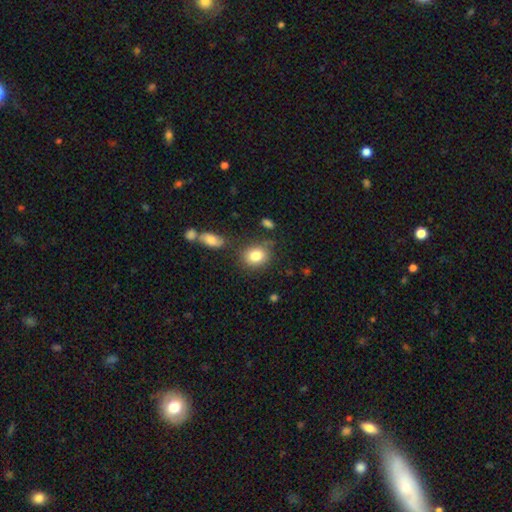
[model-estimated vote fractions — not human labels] A smooth galaxy with no disk features (82%) that is round (53%).

Vote fractions:
- Smooth or featured? smooth: 82% / star or artifact: 9% / featured or disk: 9%
- How rounded? round: 53% / in between: 46% / cigar-shaped: 1%
- Merging? none: 75% / minor disturbance: 14% / merger: 6% / major disturbance: 4%